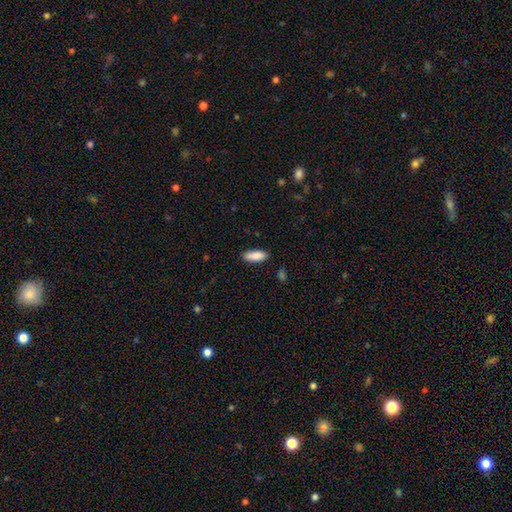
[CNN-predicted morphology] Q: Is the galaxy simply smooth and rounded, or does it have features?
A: smooth — 88%.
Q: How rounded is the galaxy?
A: in between — 64%.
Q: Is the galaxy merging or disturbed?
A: none — 85%.